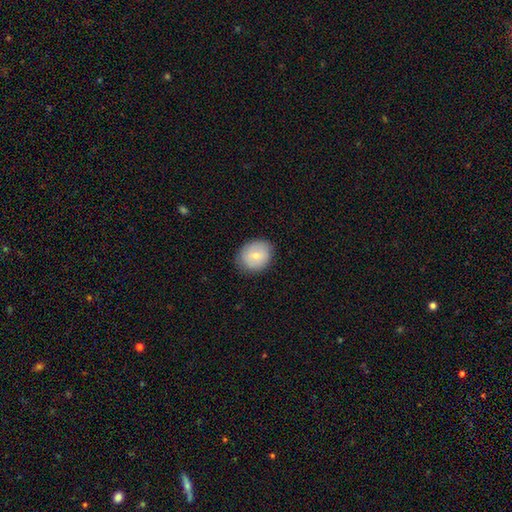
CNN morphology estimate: Smooth or featured? smooth (74%)
How rounded? round (63%)
Merging? none (82%)